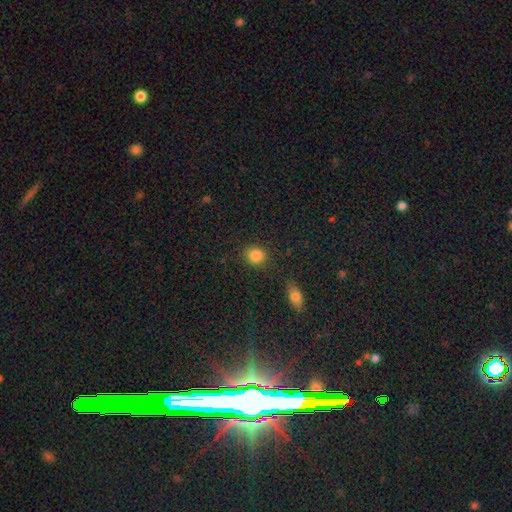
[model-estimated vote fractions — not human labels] smooth-or-featured: smooth: 85% | star or artifact: 10% | featured or disk: 5%
  how-rounded: round: 76% | in between: 23% | cigar-shaped: 1%
  merging: none: 84% | minor disturbance: 9% | merger: 3% | major disturbance: 3%